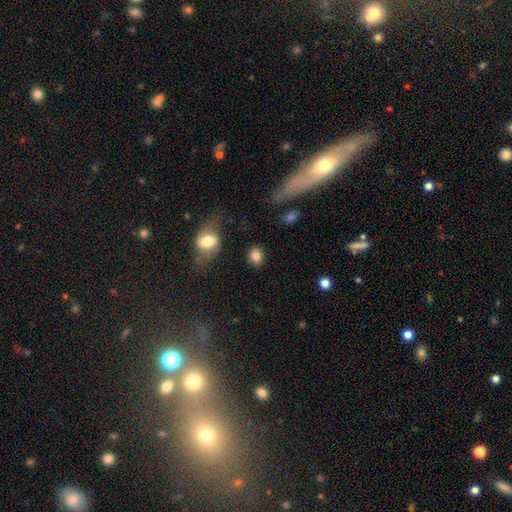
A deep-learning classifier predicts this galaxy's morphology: Smooth or featured? smooth (84%)
How rounded? round (60%)
Merging? none (83%)